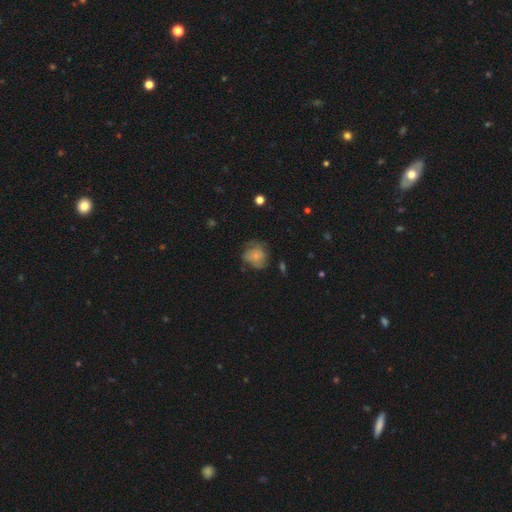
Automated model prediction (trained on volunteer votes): smooth 64%, featured or disk 26%, star or artifact 10%. Down the decision tree: how rounded — round (73%); merging — none (50%).